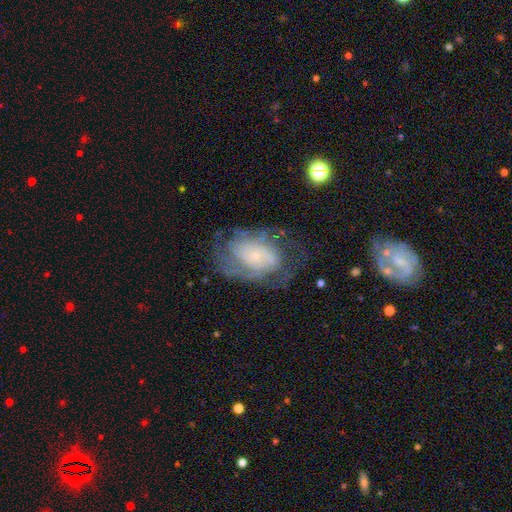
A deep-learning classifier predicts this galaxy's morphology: A featured or disk galaxy (73%) with no bar (78%), tight (53%) spiral arms (83%) and a small central bulge (80%).

Vote fractions:
- Smooth or featured? featured or disk: 73% / smooth: 19% / star or artifact: 8%
- Edge-on disk? no: 96% / yes: 4%
- Bar? no: 78% / weak: 18% / strong: 4%
- Spiral arms? yes: 83% / no: 17%
- Spiral winding? tight: 53% / medium: 33% / loose: 14%
- Spiral arm count? can't tell: 48% / 2: 20% / 3: 12% / 4: 8% / 1: 5% / more than 4: 5%
- Bulge size? small: 80% / moderate: 11% / none: 4% / large: 3% / dominant: 2%
- Merging? none: 59% / minor disturbance: 20% / major disturbance: 19% / merger: 2%